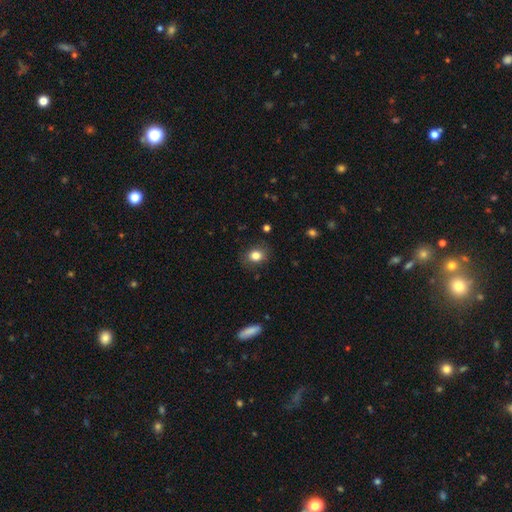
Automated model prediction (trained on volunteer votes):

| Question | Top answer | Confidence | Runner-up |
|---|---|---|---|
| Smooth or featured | smooth | 83% | star or artifact (10%) |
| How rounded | round | 57% | in between (42%) |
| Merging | none | 83% | minor disturbance (12%) |